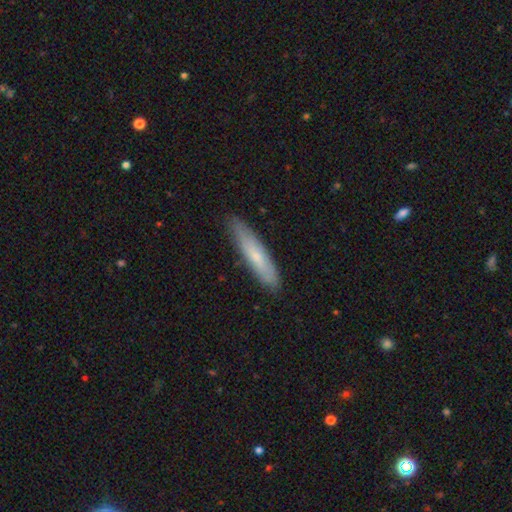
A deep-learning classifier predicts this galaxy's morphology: A smooth galaxy with no disk features (63%) that is cigar-shaped (87%). Merging: none (85%).